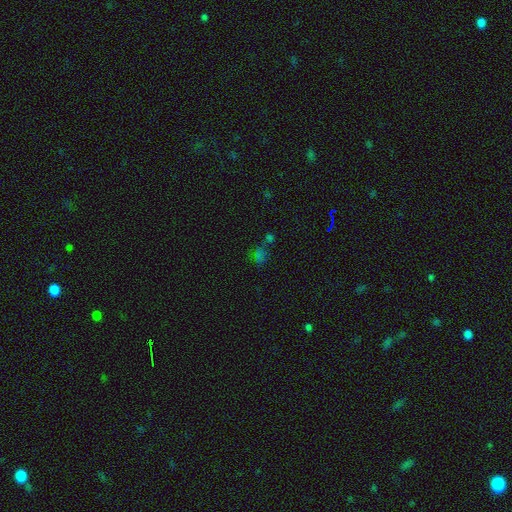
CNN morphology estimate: star or artifact 48%, smooth 39%, featured or disk 13%.